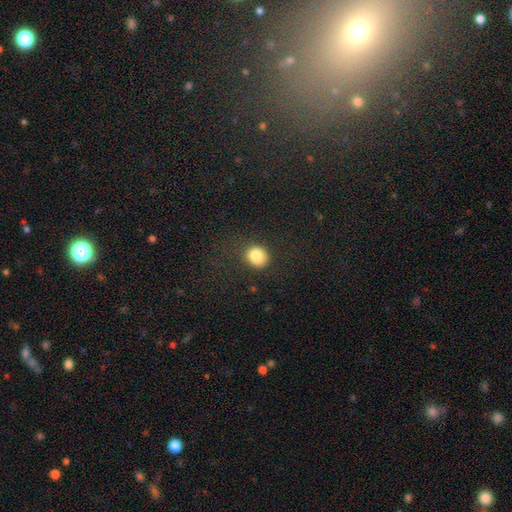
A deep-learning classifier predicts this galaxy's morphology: Smooth or featured? Predicted: smooth (p=0.83). How rounded? Predicted: round (p=0.73). Merging? Predicted: none (p=0.78).